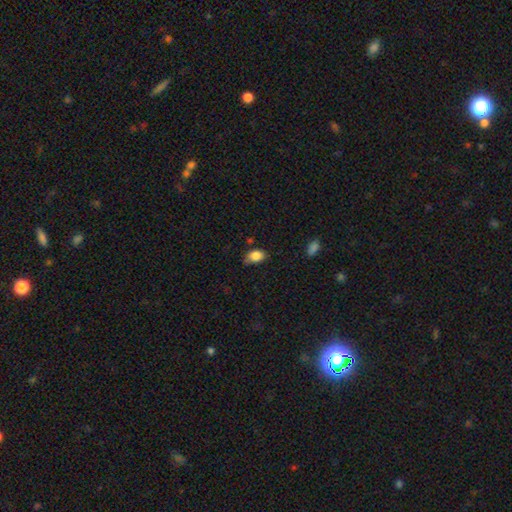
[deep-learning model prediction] The model was most divided on "merging": none: 60%, minor disturbance: 32%, major disturbance: 6%, merger: 2%. More confident: smooth or featured — smooth (85%); how rounded — in between (83%).